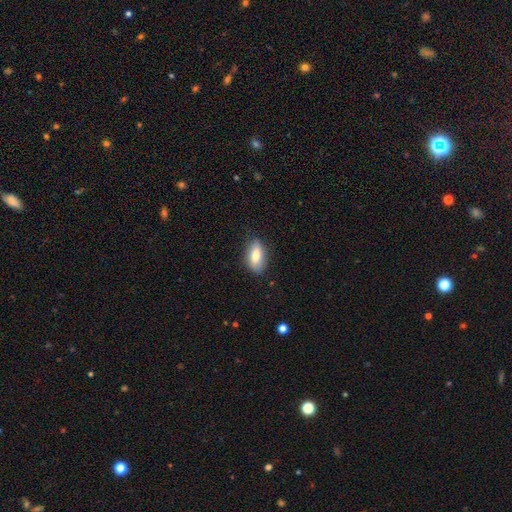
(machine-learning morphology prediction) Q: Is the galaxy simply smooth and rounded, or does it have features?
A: smooth — 76%.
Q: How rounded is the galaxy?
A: in between — 88%.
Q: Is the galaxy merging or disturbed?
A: none — 78%.